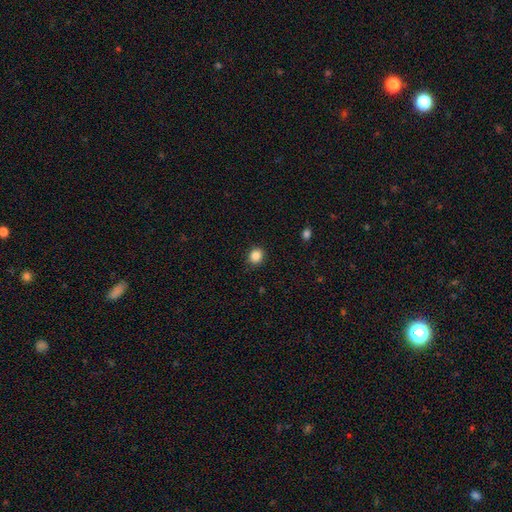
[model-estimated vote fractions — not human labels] Overall: smooth (86%). How rounded: round (78%). Merging: none (91%).